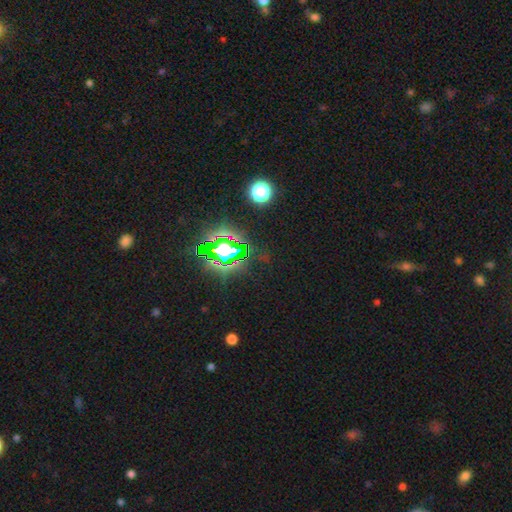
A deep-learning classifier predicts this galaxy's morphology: This is clearly a star or artifact rather than a galaxy (81%).